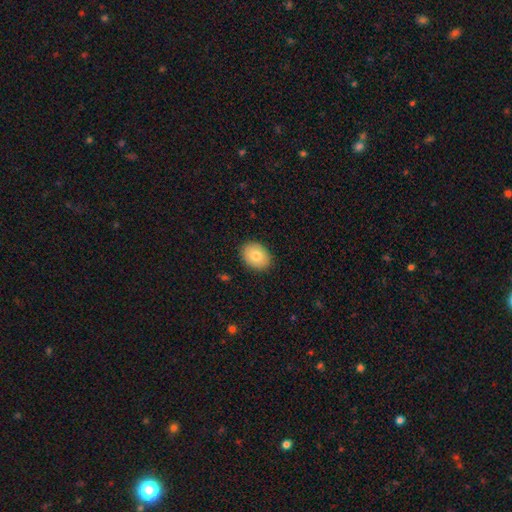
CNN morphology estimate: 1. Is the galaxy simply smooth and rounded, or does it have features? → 80% smooth, 12% featured or disk, 7% star or artifact.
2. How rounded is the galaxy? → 65% in between, 34% round, 1% cigar-shaped.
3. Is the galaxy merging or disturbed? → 89% none, 9% minor disturbance, 2% major disturbance, 1% merger.